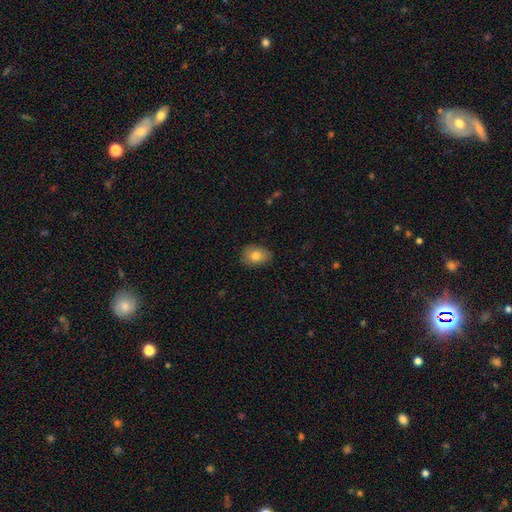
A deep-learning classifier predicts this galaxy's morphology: smooth_or_featured: smooth (p=0.81) [alt: featured or disk p=0.11]
how_rounded: in between (p=0.69) [alt: round p=0.29]
merging: none (p=0.84) [alt: minor disturbance p=0.13]